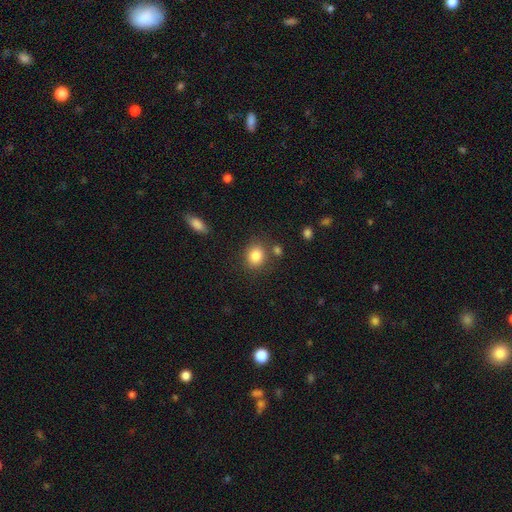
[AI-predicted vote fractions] smooth 84%, star or artifact 10%, featured or disk 6%. Down the decision tree: how rounded — round (66%); merging — none (77%).